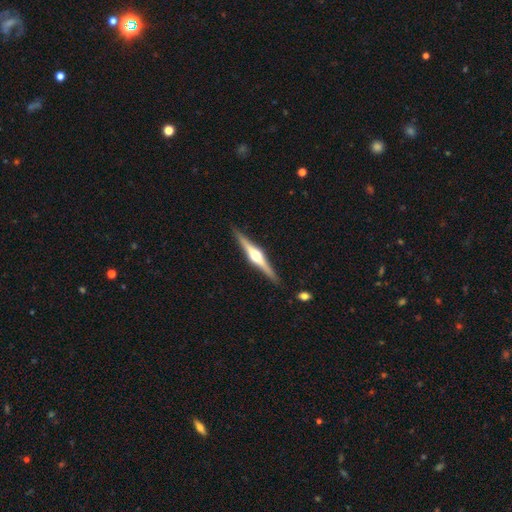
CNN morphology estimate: This is clearly a featured or disk galaxy (83%). It is clearly viewed edge-on (98%). Edge-on bulge: clearly rounded (95%). Merging: clearly none (90%).